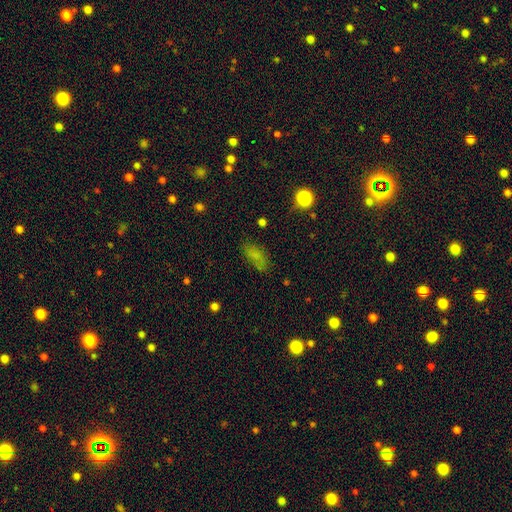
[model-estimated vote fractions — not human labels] Morphology: type=smooth (73%); roundness=in between (83%); merging=none (72%).